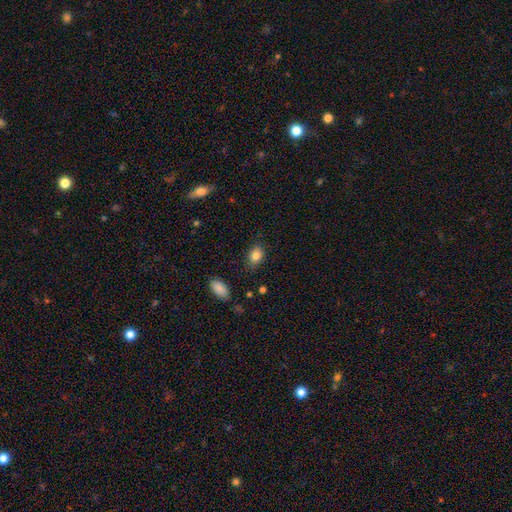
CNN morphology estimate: Smooth or featured?
  - smooth: 84% *
  - star or artifact: 9%
  - featured or disk: 6%
How rounded?
  - in between: 75% *
  - round: 23%
  - cigar-shaped: 1%
Merging?
  - none: 83% *
  - minor disturbance: 12%
  - major disturbance: 3%
  - merger: 1%